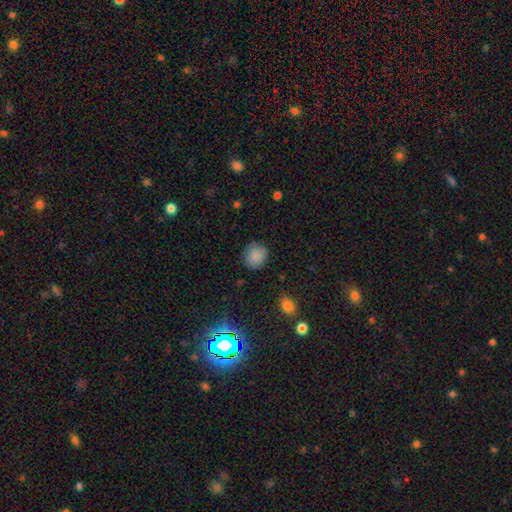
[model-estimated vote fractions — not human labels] smooth 87%, star or artifact 9%, featured or disk 4%. Down the decision tree: how rounded — round (84%); merging — none (84%).